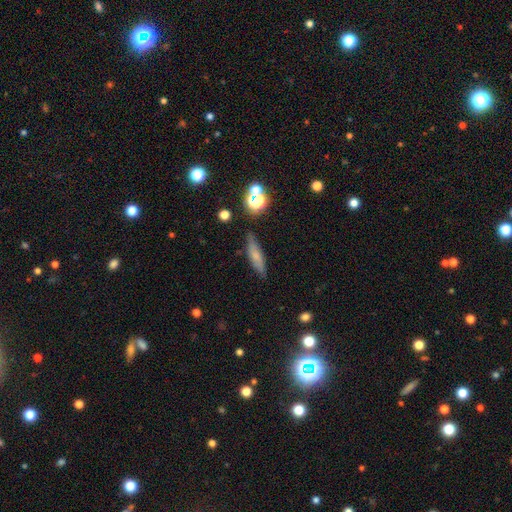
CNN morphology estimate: A smooth galaxy with no disk features (64%) that is cigar-shaped (69%). Merging: none (79%).